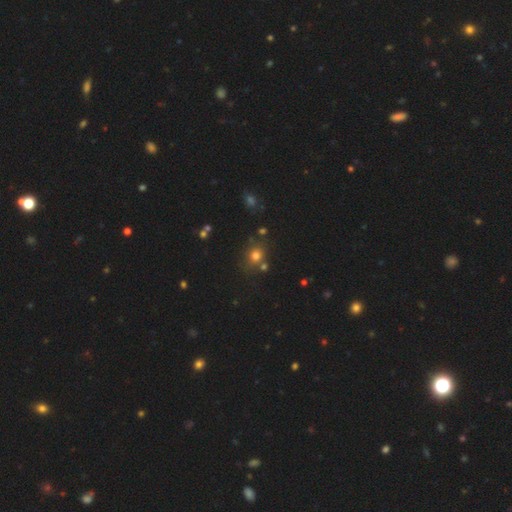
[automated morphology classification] Smooth or featured?
  - smooth: 72% *
  - star or artifact: 19%
  - featured or disk: 9%
How rounded?
  - round: 75% *
  - in between: 24%
  - cigar-shaped: 1%
Merging?
  - none: 71% *
  - merger: 13%
  - minor disturbance: 12%
  - major disturbance: 4%